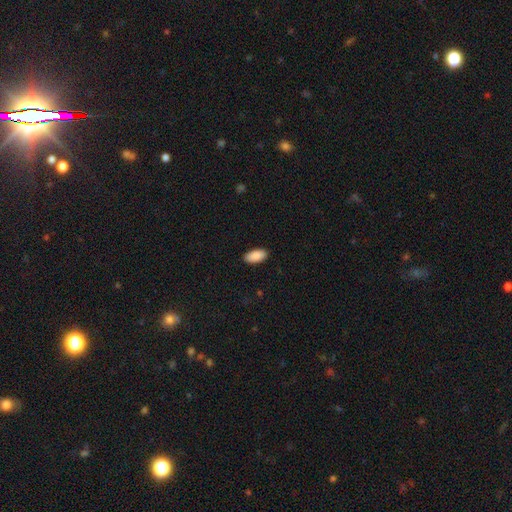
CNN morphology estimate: Smooth or featured? smooth (91%)
How rounded? in between (94%)
Merging? none (89%)